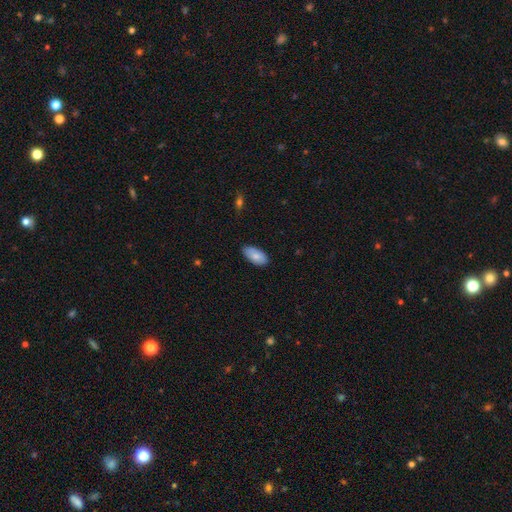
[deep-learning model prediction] smooth-or-featured: smooth: 80% | featured or disk: 13% | star or artifact: 6%
  how-rounded: in between: 95% | cigar-shaped: 3% | round: 2%
  merging: none: 82% | minor disturbance: 14% | major disturbance: 2% | merger: 1%